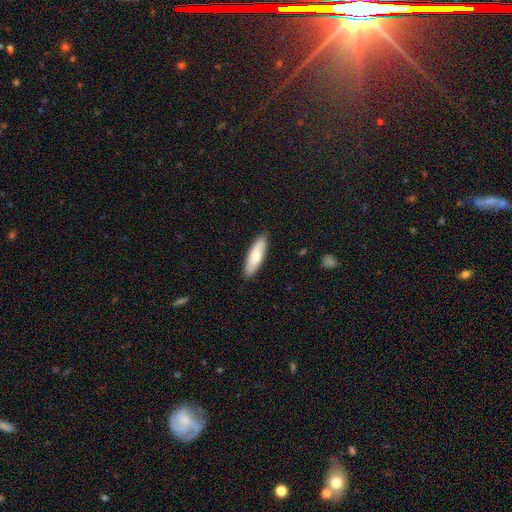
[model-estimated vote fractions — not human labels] Overall: smooth (73%). How rounded: cigar-shaped (57%; in between 42%). Merging: none (89%).